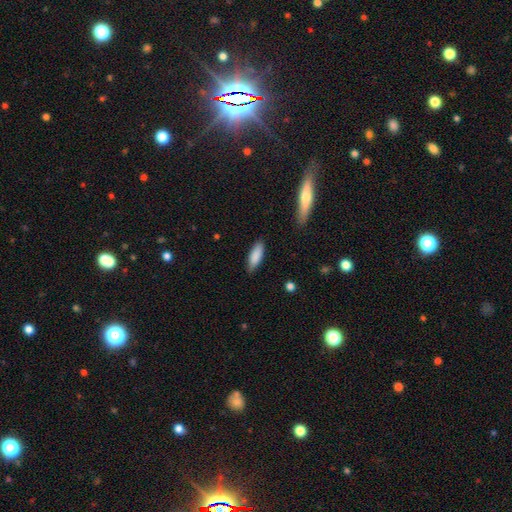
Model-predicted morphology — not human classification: type=smooth (87%); roundness=in between (60%); merging=none (84%).